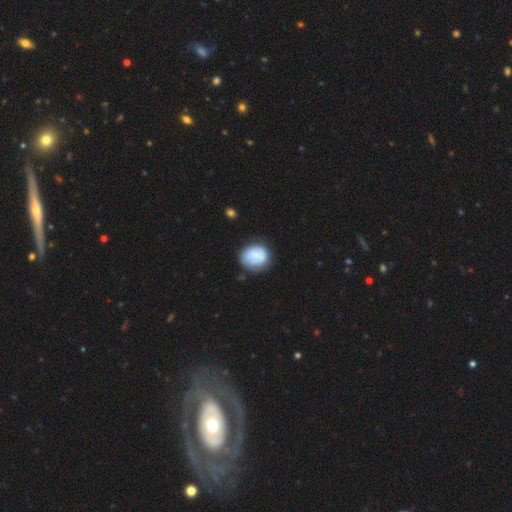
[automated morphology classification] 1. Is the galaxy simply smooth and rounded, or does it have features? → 71% smooth, 22% featured or disk, 7% star or artifact.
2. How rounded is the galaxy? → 67% round, 32% in between, 1% cigar-shaped.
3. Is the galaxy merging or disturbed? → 70% none, 21% minor disturbance, 7% major disturbance, 2% merger.